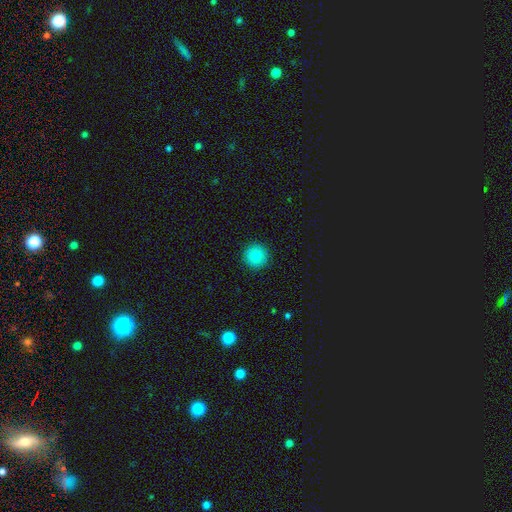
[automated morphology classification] Q: Smooth or featured?
A: smooth (83%); runner-up: star or artifact (10%)
Q: How rounded?
A: round (96%); runner-up: in between (3%)
Q: Merging?
A: none (93%); runner-up: minor disturbance (5%)